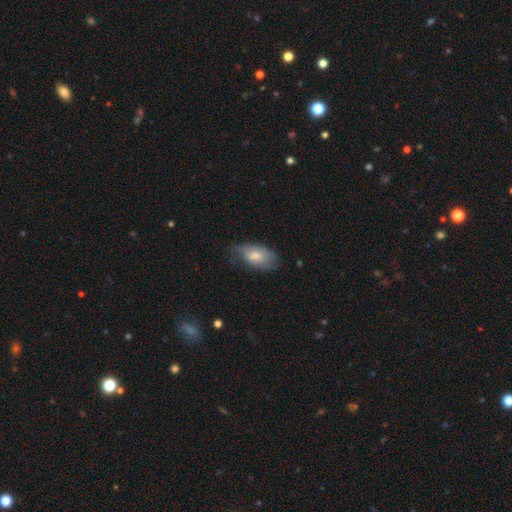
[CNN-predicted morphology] Q: Smooth or featured?
A: smooth (71%); runner-up: featured or disk (23%)
Q: How rounded?
A: in between (93%); runner-up: round (4%)
Q: Merging?
A: none (47%); runner-up: minor disturbance (38%)